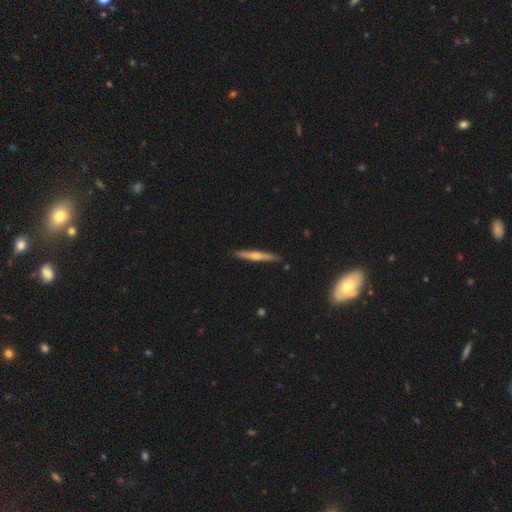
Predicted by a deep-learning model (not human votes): Smooth or featured? featured or disk (64%)
Edge-on disk? yes (96%)
Edge-on bulge? rounded (84%)
Merging? none (89%)